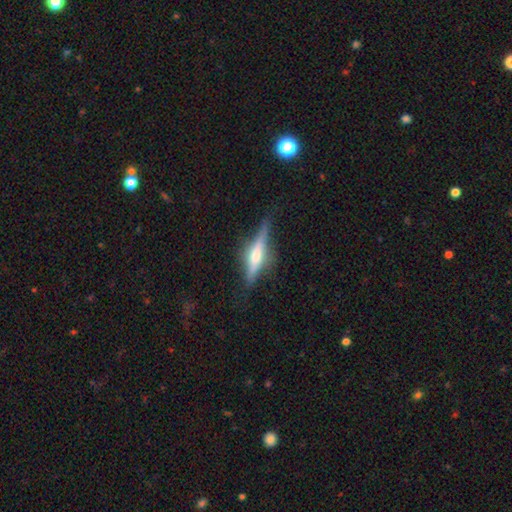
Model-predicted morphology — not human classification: A featured or disk galaxy (75%) viewed edge-on (97%) with a rounded central bulge (84%). Merging: none (81%).